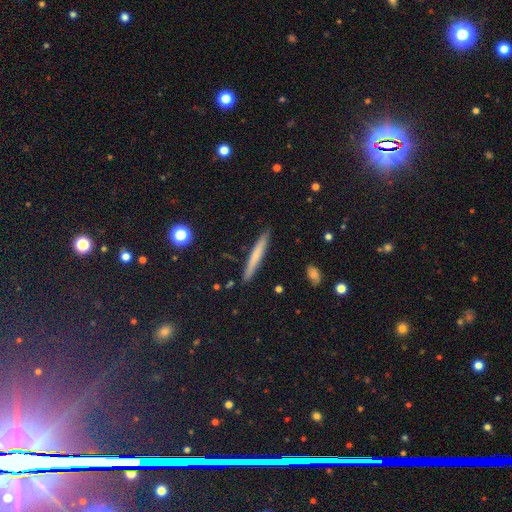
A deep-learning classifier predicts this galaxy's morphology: smooth_or_featured: smooth (p=0.60) [alt: featured or disk p=0.32]
how_rounded: cigar-shaped (p=0.96) [alt: in between p=0.03]
merging: none (p=0.90) [alt: minor disturbance p=0.07]